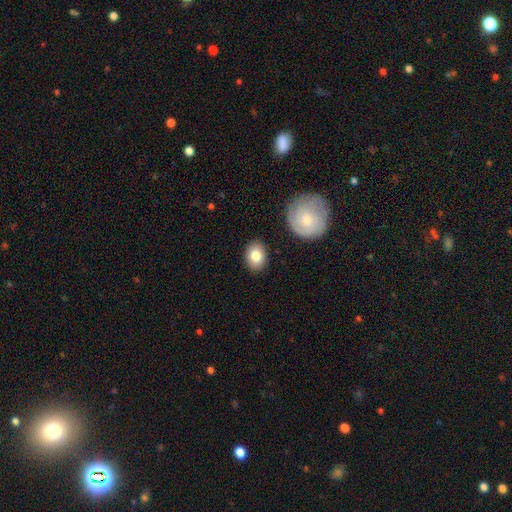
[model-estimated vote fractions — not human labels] This is clearly a smooth galaxy (81%). How rounded: likely in between (64%). Merging: clearly none (86%).